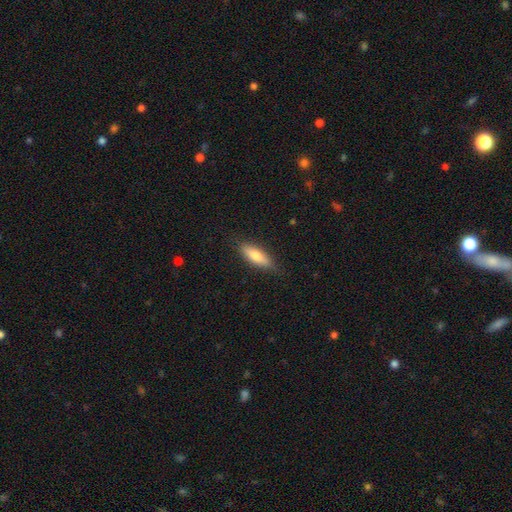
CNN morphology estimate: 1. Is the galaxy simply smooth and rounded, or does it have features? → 72% smooth, 22% featured or disk, 6% star or artifact.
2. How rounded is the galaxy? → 50% in between, 48% cigar-shaped, 2% round.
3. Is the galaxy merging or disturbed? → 84% none, 13% minor disturbance, 3% major disturbance, 1% merger.